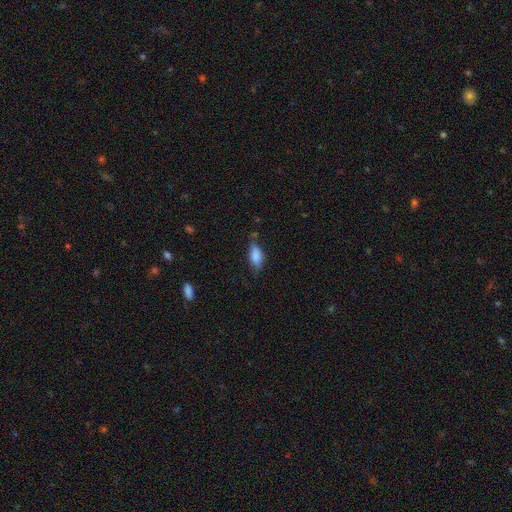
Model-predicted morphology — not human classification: This is likely a smooth galaxy (77%). How rounded: clearly in between (81%). Merging: possibly none (58%).